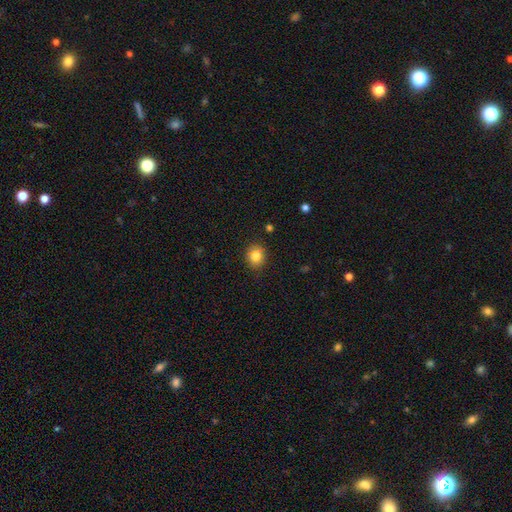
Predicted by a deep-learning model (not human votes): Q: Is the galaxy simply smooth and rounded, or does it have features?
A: smooth — 84%.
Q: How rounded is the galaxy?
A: round — 74%.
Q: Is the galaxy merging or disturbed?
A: none — 88%.